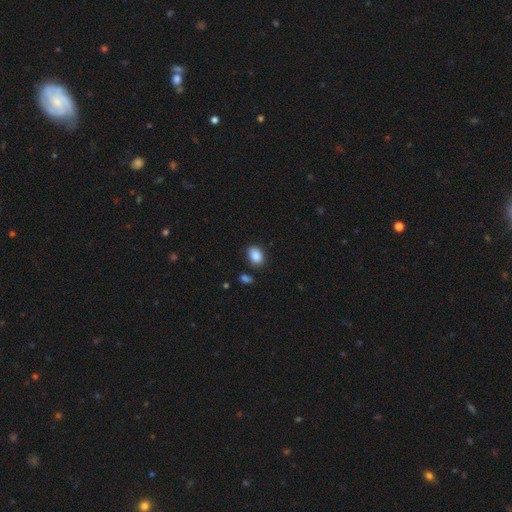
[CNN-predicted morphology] Smooth or featured? smooth (89%)
How rounded? in between (80%)
Merging? none (82%)